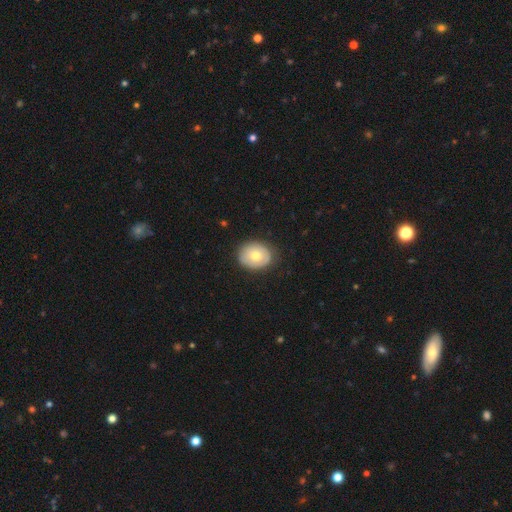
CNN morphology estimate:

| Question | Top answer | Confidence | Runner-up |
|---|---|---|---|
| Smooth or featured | smooth | 66% | featured or disk (28%) |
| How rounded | round | 51% | in between (48%) |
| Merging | none | 83% | minor disturbance (13%) |